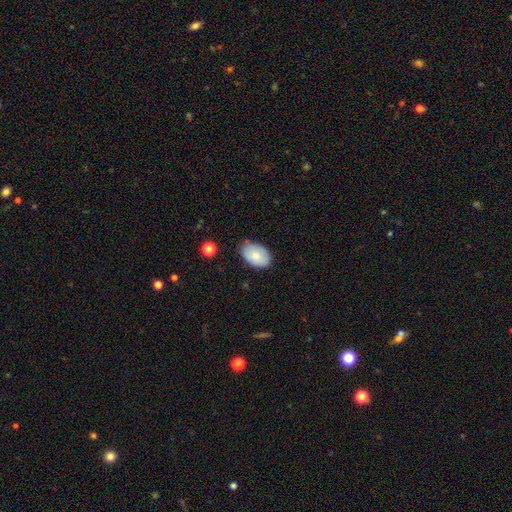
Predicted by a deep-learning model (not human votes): A smooth galaxy with no disk features (80%) that is in between round and cigar-shaped (90%).

Vote fractions:
- Smooth or featured? smooth: 80% / featured or disk: 14% / star or artifact: 7%
- How rounded? in between: 90% / round: 9% / cigar-shaped: 1%
- Merging? none: 75% / minor disturbance: 20% / major disturbance: 3% / merger: 2%